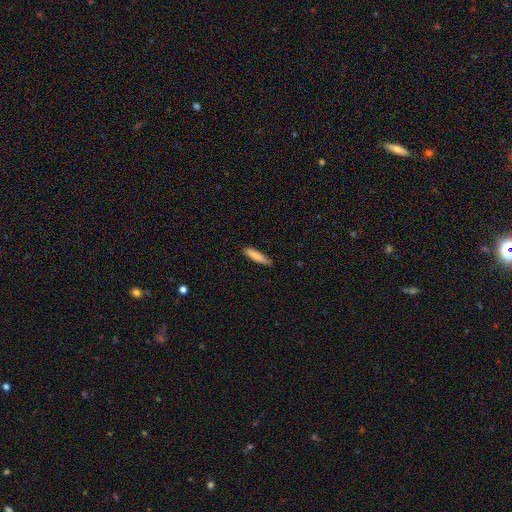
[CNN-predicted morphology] A smooth galaxy with no disk features (84%) that is cigar-shaped (82%). Merging: none (79%).